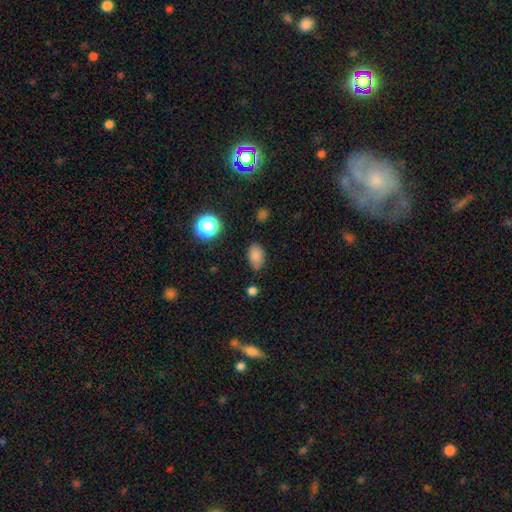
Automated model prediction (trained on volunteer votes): This is clearly a smooth galaxy (83%). How rounded: clearly in between (88%). Merging: likely none (79%).